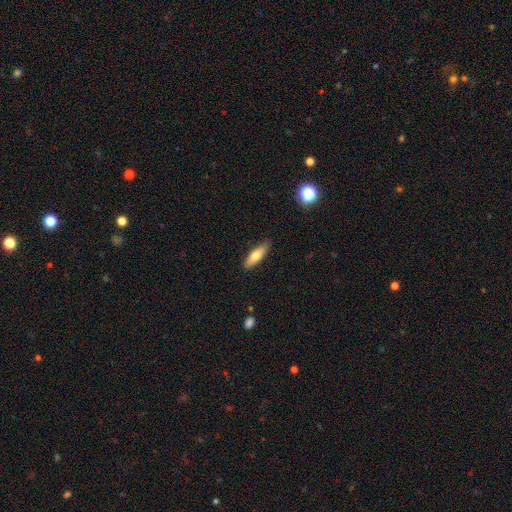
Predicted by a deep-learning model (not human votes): This appears to be a smooth galaxy with no disk features (68%) that is cigar-shaped (56%). Merging: none (86%).